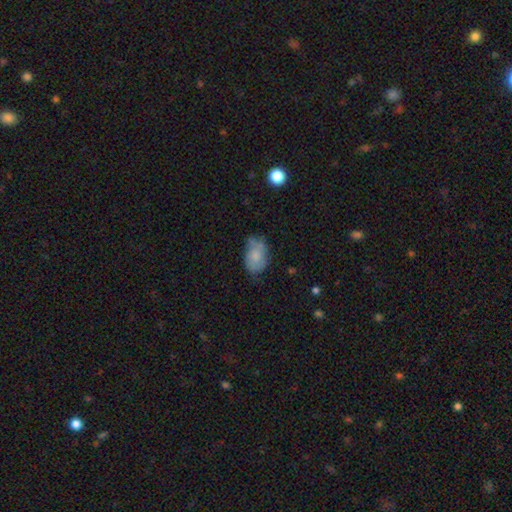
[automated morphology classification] Overall: smooth (63%; featured or disk 29%). How rounded: in between (85%). Merging: none (52%; minor disturbance 34%).